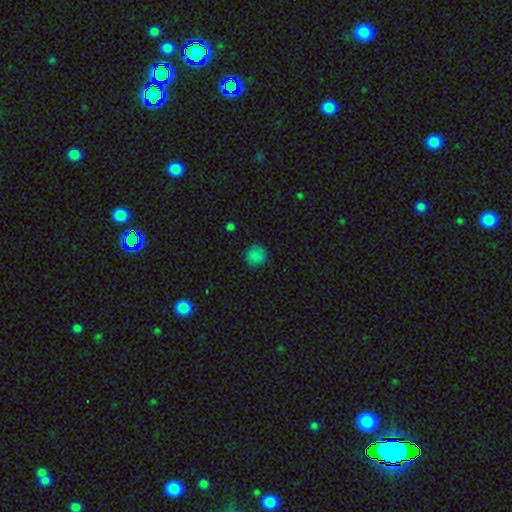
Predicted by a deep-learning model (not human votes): This appears to be a smooth galaxy with no disk features (84%) that is round (93%). Merging: none (89%).